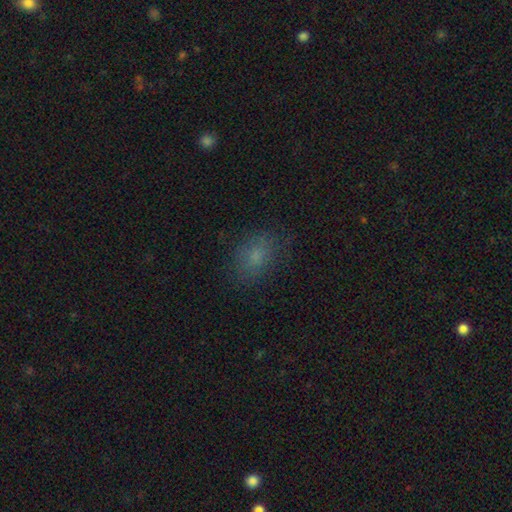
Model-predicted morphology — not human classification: This appears to be a smooth galaxy with no disk features (74%) that is in between round and cigar-shaped (73%). Merging: none (76%).